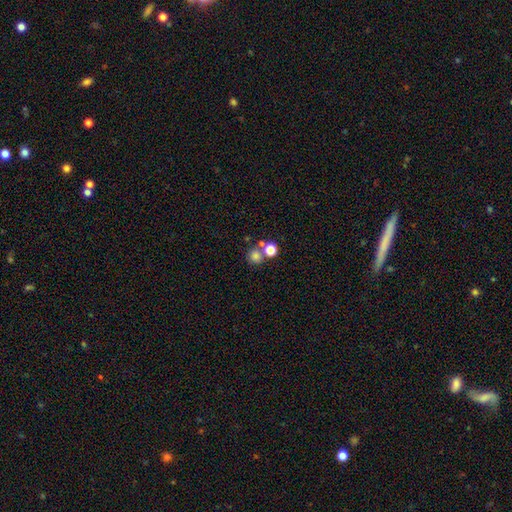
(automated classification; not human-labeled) This is likely a smooth galaxy (76%). How rounded: clearly round (87%). Merging: possibly none (57%).